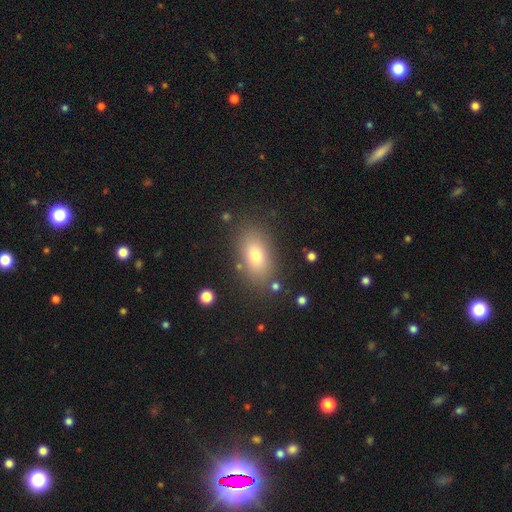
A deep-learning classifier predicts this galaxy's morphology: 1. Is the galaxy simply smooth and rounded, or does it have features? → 72% smooth, 16% featured or disk, 12% star or artifact.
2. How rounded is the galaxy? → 84% in between, 12% round, 4% cigar-shaped.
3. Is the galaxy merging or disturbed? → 83% none, 10% minor disturbance, 4% major disturbance, 3% merger.